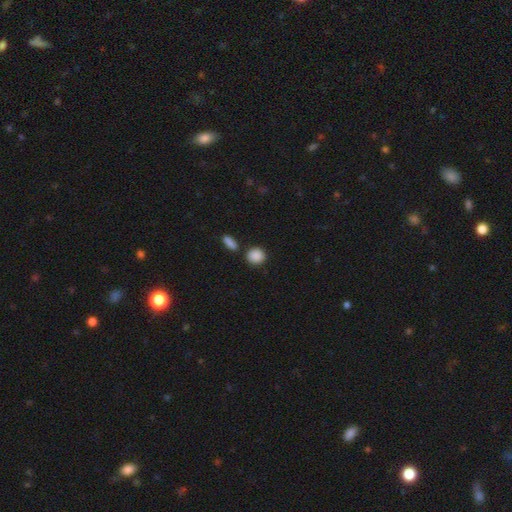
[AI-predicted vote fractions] A smooth galaxy with no disk features (89%) that is round (77%).

Vote fractions:
- Smooth or featured? smooth: 89% / star or artifact: 8% / featured or disk: 3%
- How rounded? round: 77% / in between: 21% / cigar-shaped: 2%
- Merging? none: 80% / merger: 9% / minor disturbance: 9% / major disturbance: 3%